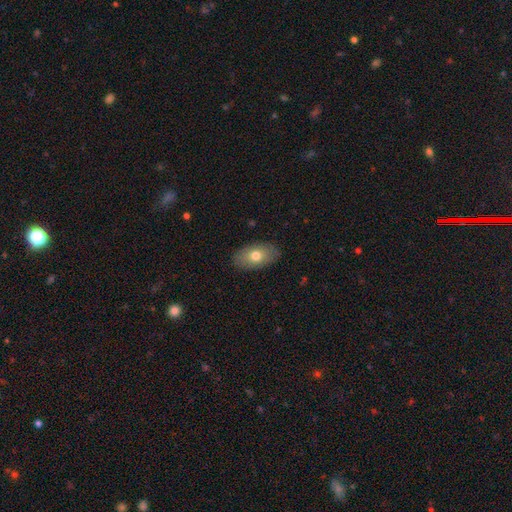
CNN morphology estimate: Smooth or featured? Predicted: smooth (p=0.72). How rounded? Predicted: in between (p=0.92). Merging? Predicted: none (p=0.87).